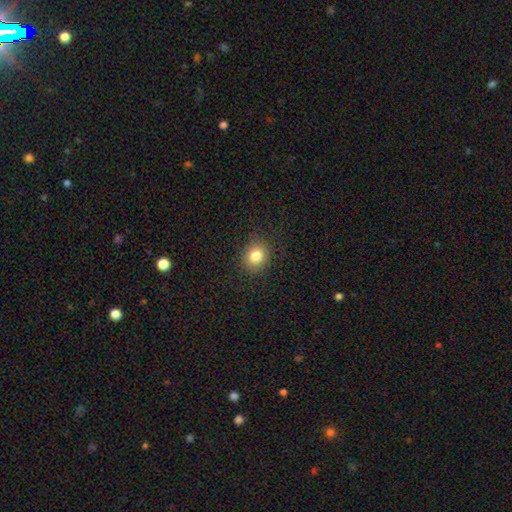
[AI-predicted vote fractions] A smooth galaxy with no disk features (82%) that is round (76%). Merging: none (88%).